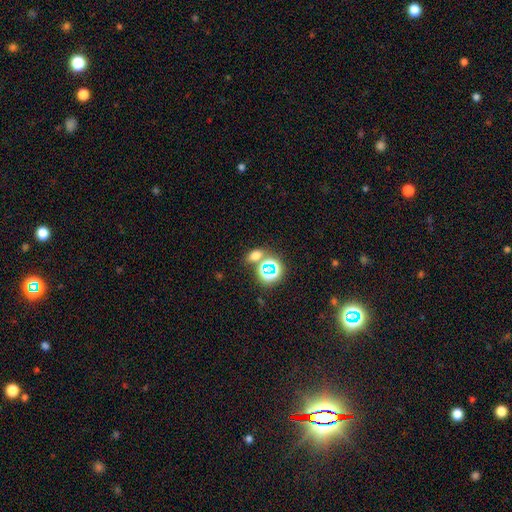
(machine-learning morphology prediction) smooth 58%, star or artifact 32%, featured or disk 9%. Down the decision tree: how rounded — in between (65%); merging — none (68%).